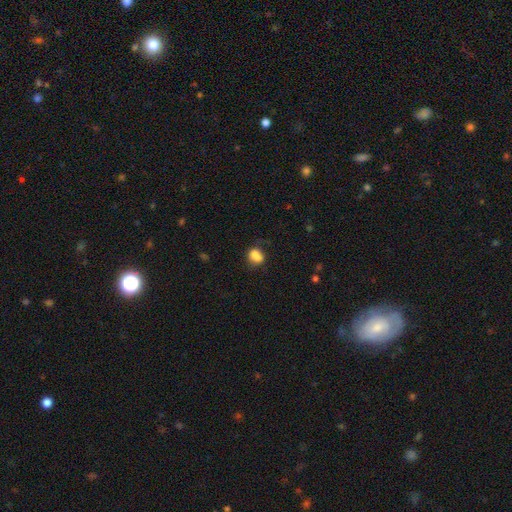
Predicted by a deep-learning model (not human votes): Smooth or featured? Predicted: smooth (p=0.79). How rounded? Predicted: round (p=0.52). Merging? Predicted: none (p=0.42).